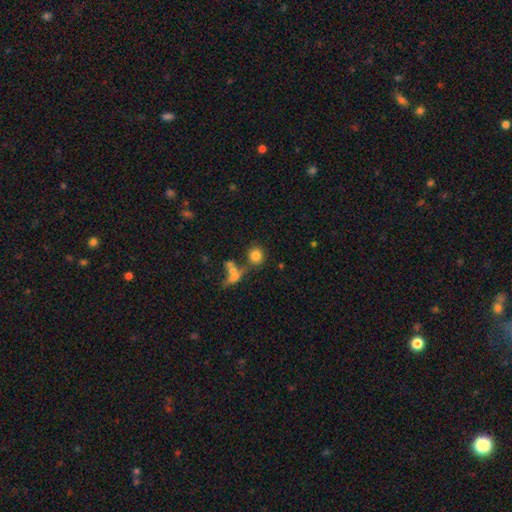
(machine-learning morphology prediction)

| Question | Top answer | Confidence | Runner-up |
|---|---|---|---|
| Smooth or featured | smooth | 79% | star or artifact (11%) |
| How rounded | round | 83% | in between (14%) |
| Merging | none | 68% | merger (17%) |